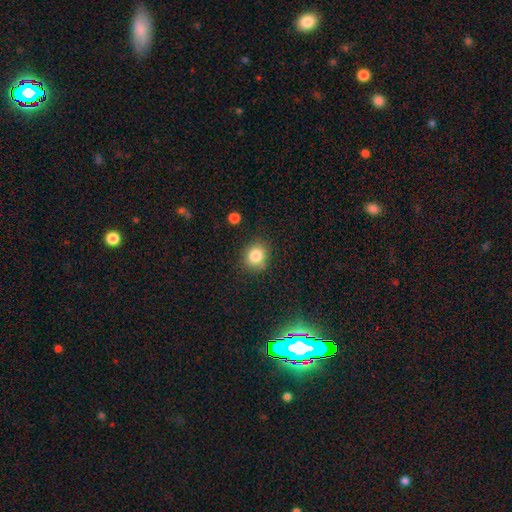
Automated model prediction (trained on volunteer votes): Smooth or featured? smooth (83%)
How rounded? round (77%)
Merging? none (82%)